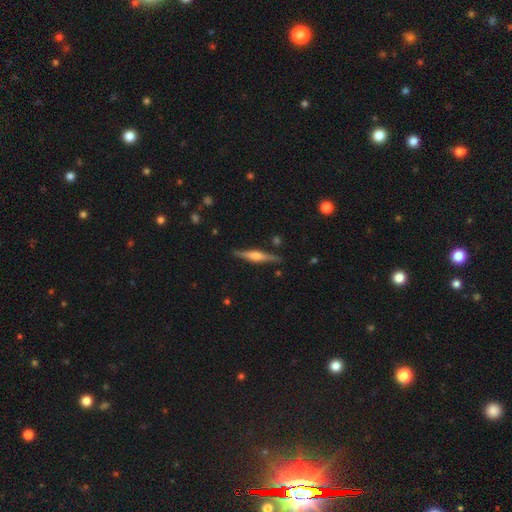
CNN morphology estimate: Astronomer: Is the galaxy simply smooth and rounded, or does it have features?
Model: featured or disk — 75%.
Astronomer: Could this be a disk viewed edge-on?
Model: yes — 98%.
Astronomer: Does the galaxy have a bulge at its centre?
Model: rounded — 82%.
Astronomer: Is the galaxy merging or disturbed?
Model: none — 88%.